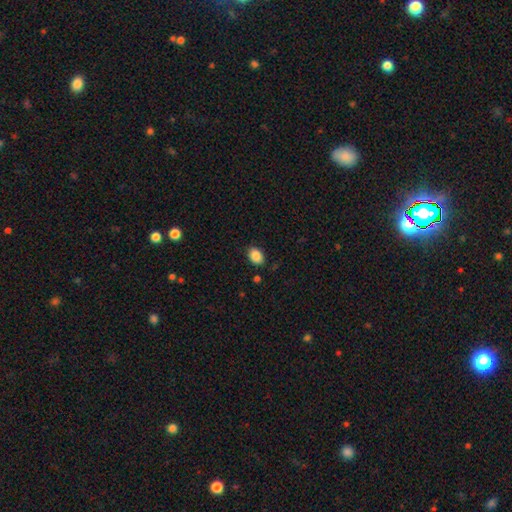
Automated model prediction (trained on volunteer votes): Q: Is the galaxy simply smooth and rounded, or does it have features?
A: smooth — 88%.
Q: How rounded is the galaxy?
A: in between — 79%.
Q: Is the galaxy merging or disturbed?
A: none — 85%.